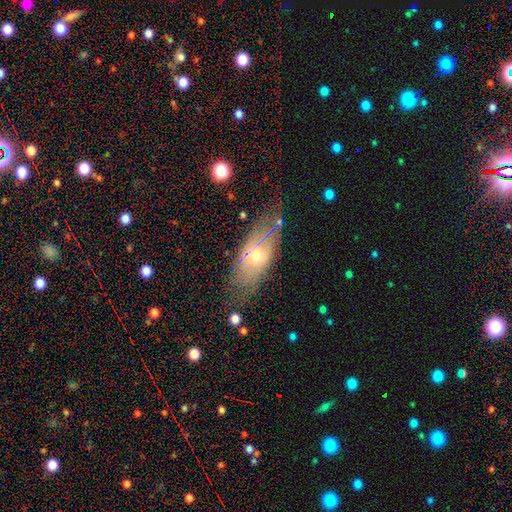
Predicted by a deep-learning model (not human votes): smooth_or_featured: featured or disk (p=0.55) [alt: smooth p=0.35]
disk_edge_on: no (p=0.72) [alt: yes p=0.28]
merging: none (p=0.63) [alt: minor disturbance p=0.24]